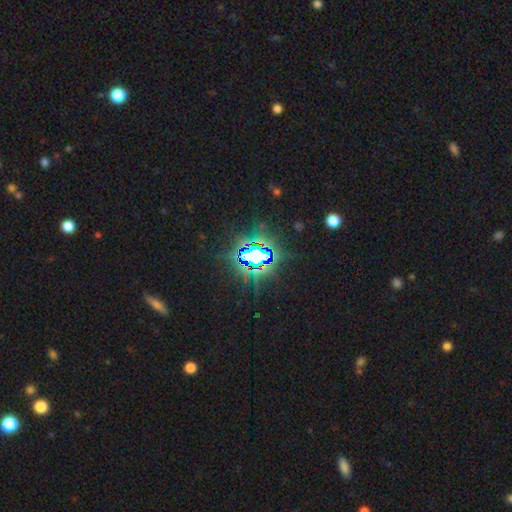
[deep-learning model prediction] Smooth or featured?
  - star or artifact: 83% *
  - smooth: 10%
  - featured or disk: 8%